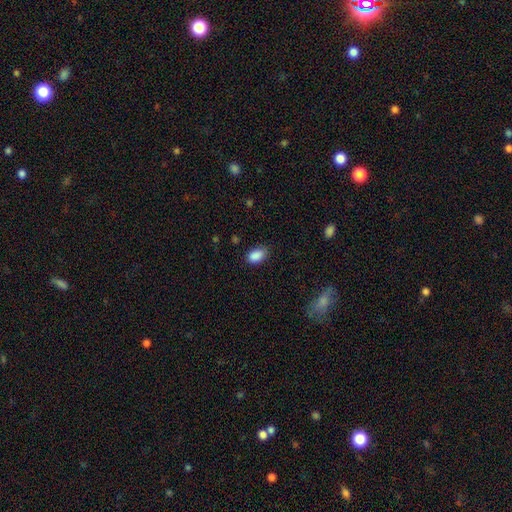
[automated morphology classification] smooth_or_featured: smooth (p=0.89) [alt: star or artifact p=0.08]
how_rounded: in between (p=0.89) [alt: round p=0.09]
merging: none (p=0.76) [alt: minor disturbance p=0.20]